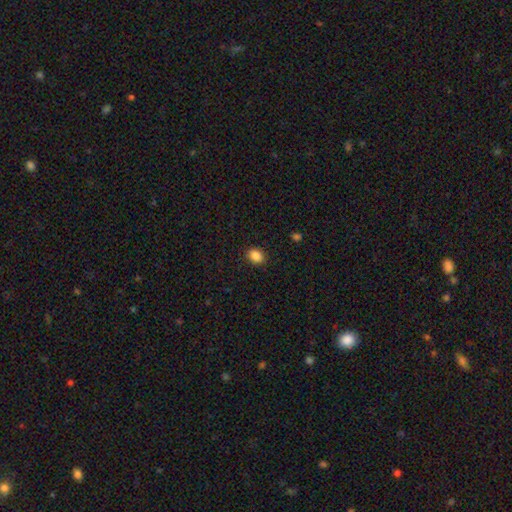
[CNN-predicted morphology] The model was most divided on "how rounded": in between: 58%, round: 40%, cigar-shaped: 1%. More confident: merging — none (89%); smooth or featured — smooth (87%).